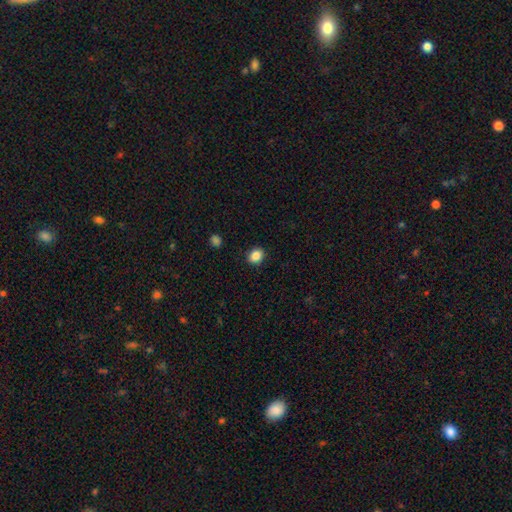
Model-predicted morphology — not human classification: Overall: smooth (86%). How rounded: round (55%; in between 44%). Merging: none (89%).